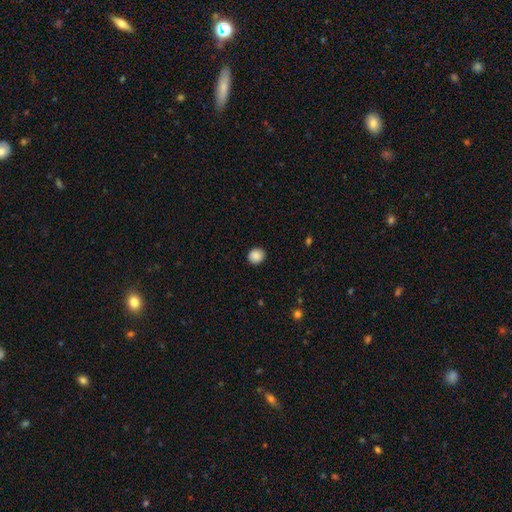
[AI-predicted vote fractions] Q: Smooth or featured?
A: smooth (88%); runner-up: star or artifact (9%)
Q: How rounded?
A: round (84%); runner-up: in between (15%)
Q: Merging?
A: none (91%); runner-up: minor disturbance (6%)